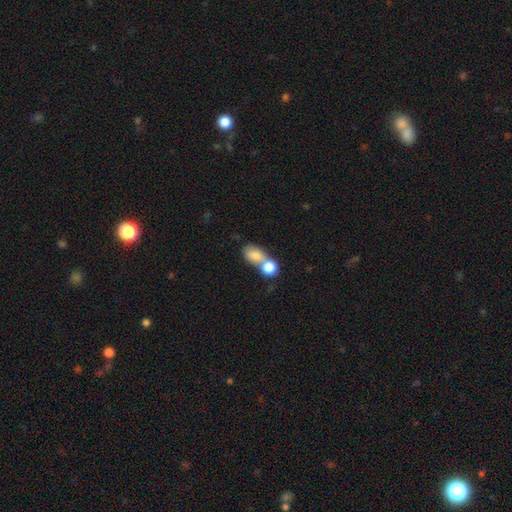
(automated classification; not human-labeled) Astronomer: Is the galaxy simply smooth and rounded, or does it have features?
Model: smooth — 78%.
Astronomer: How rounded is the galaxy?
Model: in between — 71%.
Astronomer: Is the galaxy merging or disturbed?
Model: merger — 60%.